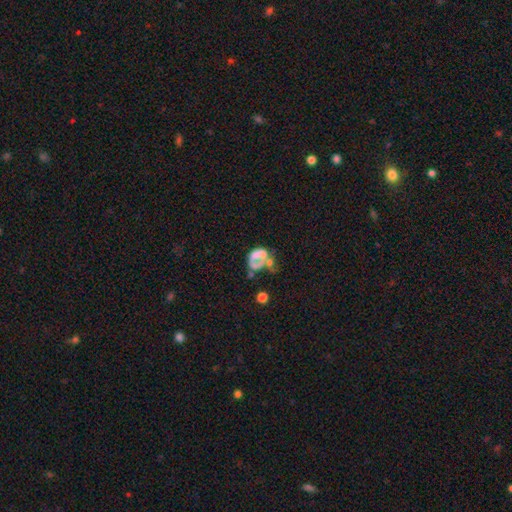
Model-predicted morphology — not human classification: The model was most divided on "smooth or featured": featured or disk: 45%, smooth: 42%, star or artifact: 13%. Remaining: merging — major disturbance (33%).